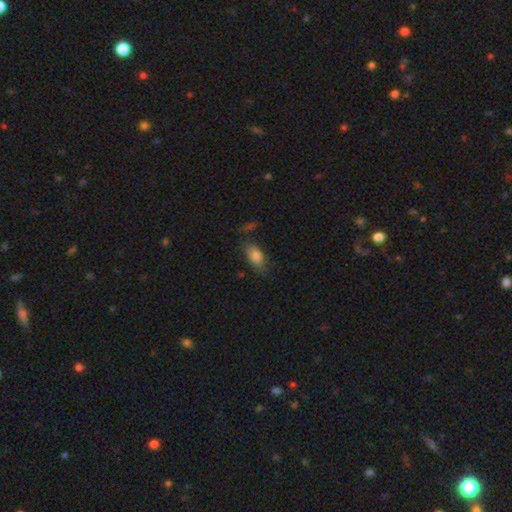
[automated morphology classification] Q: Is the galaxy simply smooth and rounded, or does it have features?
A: smooth — 80%.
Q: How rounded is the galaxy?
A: in between — 86%.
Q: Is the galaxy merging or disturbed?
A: none — 65%.